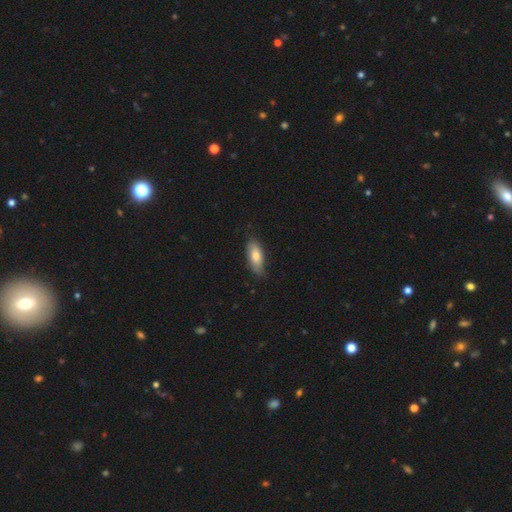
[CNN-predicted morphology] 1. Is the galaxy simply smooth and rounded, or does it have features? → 78% smooth, 16% featured or disk, 6% star or artifact.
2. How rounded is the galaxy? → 82% in between, 15% cigar-shaped, 2% round.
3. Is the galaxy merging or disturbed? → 74% none, 22% minor disturbance, 3% major disturbance, 1% merger.